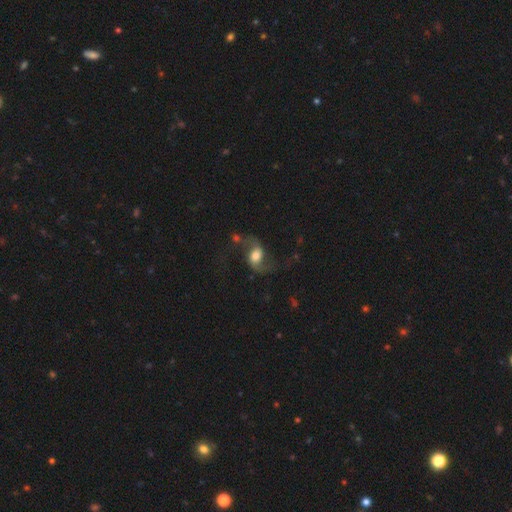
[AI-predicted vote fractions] Smooth or featured: featured or disk — 74% (smooth — 18%)
Edge-on disk: no — 96% (yes — 4%)
Bar: no — 43% (weak — 41%)
Spiral arms: yes — 93% (no — 7%)
Spiral winding: loose — 81% (medium — 16%)
Spiral arm count: 2 — 92% (1 — 3%)
Bulge size: moderate — 46% (large — 36%)
Merging: none — 61% (major disturbance — 17%)